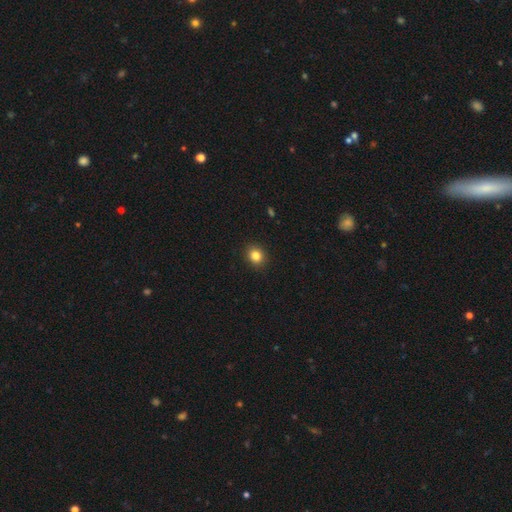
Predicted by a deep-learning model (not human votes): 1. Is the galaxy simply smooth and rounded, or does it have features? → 84% smooth, 11% star or artifact, 5% featured or disk.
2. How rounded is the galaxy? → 72% round, 27% in between, 1% cigar-shaped.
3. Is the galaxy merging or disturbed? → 91% none, 6% minor disturbance, 2% major disturbance, 1% merger.